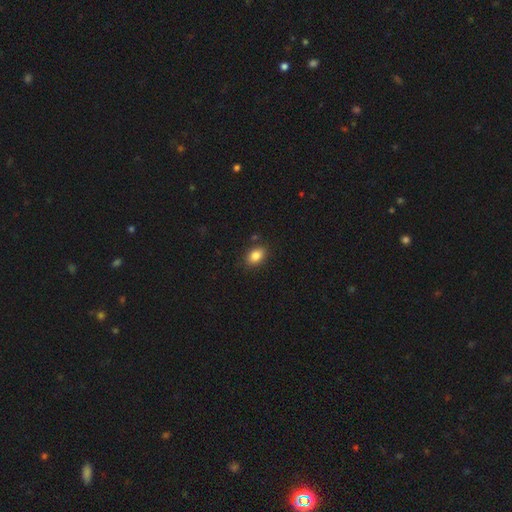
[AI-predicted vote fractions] Overall: smooth (84%). How rounded: in between (79%). Merging: none (86%).